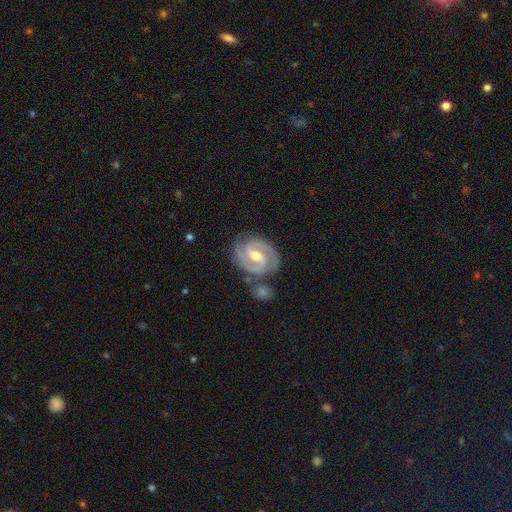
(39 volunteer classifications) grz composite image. It shows a featured or disk galaxy (97%) with a weak bar (57%), 2 (97%) medium (63%) spiral arms (100%) and a moderate central bulge (60%). Merging: none (59%).